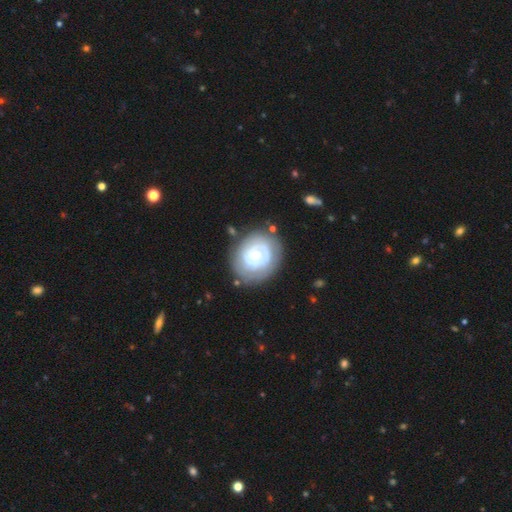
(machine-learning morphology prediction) The model was most divided on "spiral arms": yes: 56%, no: 44%. More confident: edge-on disk — no (97%); bar — no (79%); merging — none (74%); smooth or featured — featured or disk (68%); bulge size — small (57%).